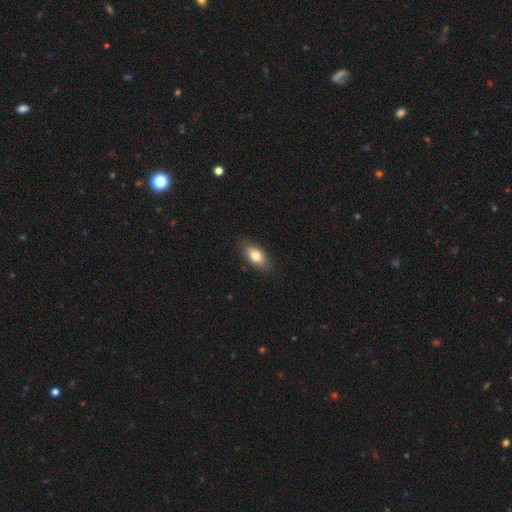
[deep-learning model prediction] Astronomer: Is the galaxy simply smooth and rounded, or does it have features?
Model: smooth — 78%.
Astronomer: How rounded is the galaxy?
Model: in between — 85%.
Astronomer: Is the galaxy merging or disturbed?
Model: none — 86%.